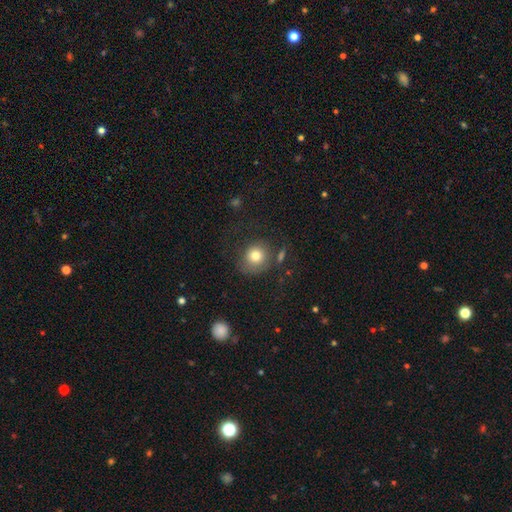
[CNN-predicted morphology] Smooth or featured? Predicted: smooth (p=0.78). How rounded? Predicted: round (p=0.83). Merging? Predicted: none (p=0.62).